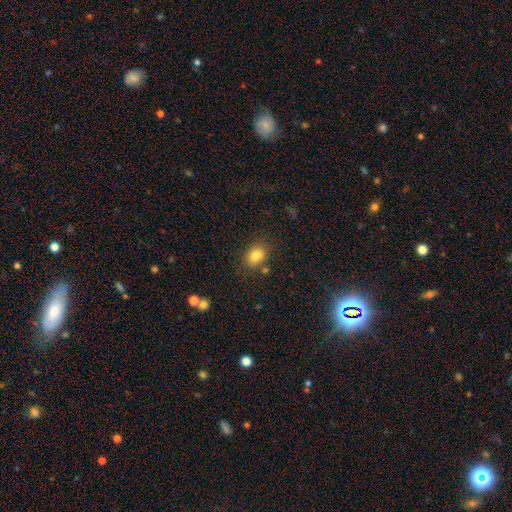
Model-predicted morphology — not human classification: This appears to be a smooth galaxy with no disk features (82%) that is in between round and cigar-shaped (62%). Merging: none (77%).